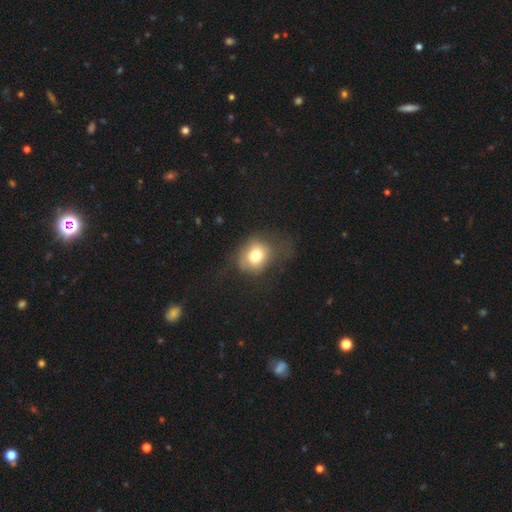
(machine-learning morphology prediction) This is likely a smooth galaxy (74%). How rounded: possibly round (59%). Merging: possibly none (53%).